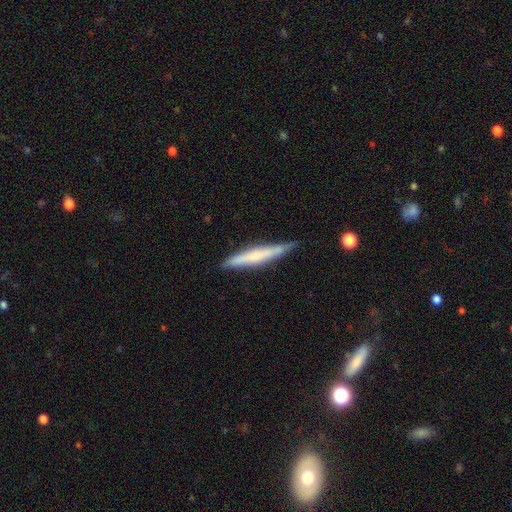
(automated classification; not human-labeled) smooth_or_featured: smooth (p=0.51) [alt: featured or disk p=0.42]
how_rounded: cigar-shaped (p=0.94) [alt: in between p=0.05]
merging: none (p=0.77) [alt: minor disturbance p=0.18]